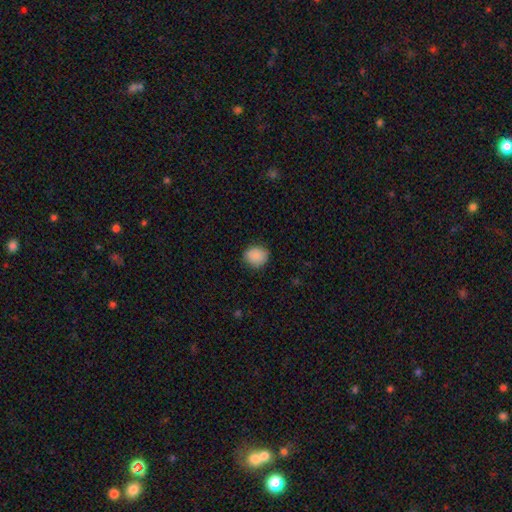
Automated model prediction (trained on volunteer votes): A smooth galaxy with no disk features (88%) that is round (75%). Merging: none (84%).